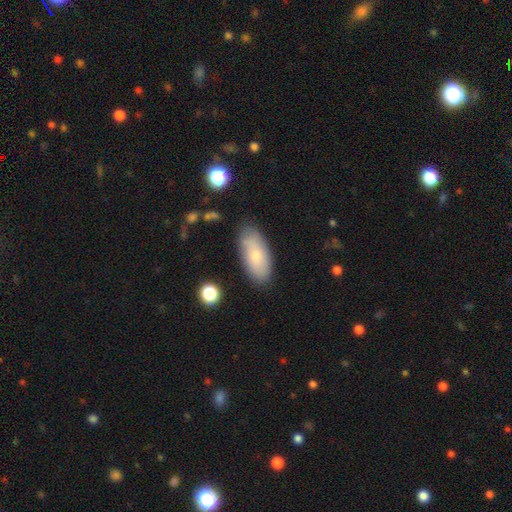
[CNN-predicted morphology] smooth-or-featured: smooth: 71% | featured or disk: 22% | star or artifact: 7%
  how-rounded: in between: 90% | cigar-shaped: 7% | round: 3%
  merging: none: 79% | minor disturbance: 15% | major disturbance: 3% | merger: 2%